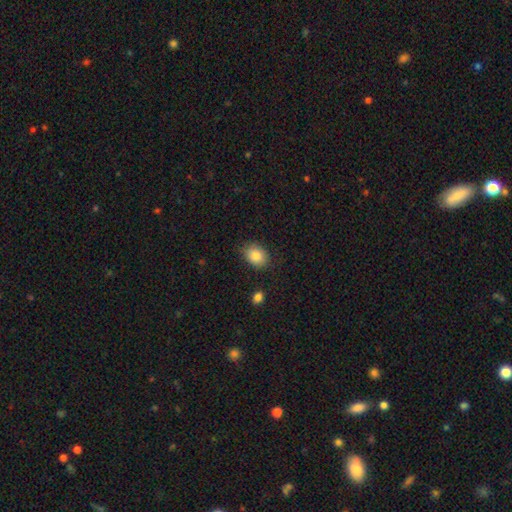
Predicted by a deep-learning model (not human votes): Smooth or featured: smooth — 85% (star or artifact — 8%)
How rounded: in between — 66% (round — 33%)
Merging: none — 83% (minor disturbance — 13%)